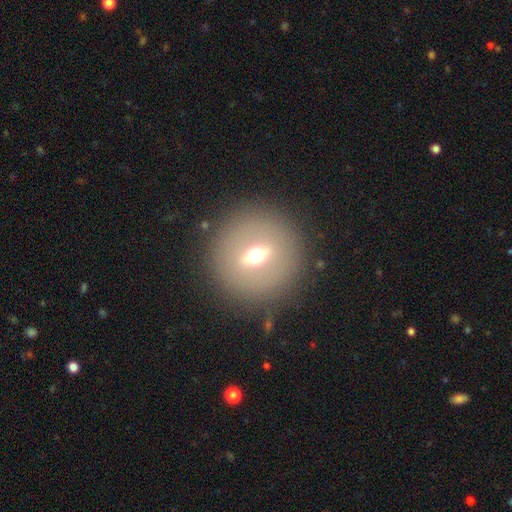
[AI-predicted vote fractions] Morphology: type=featured or disk (54%); edge-on=no (59%); merging=none (87%).